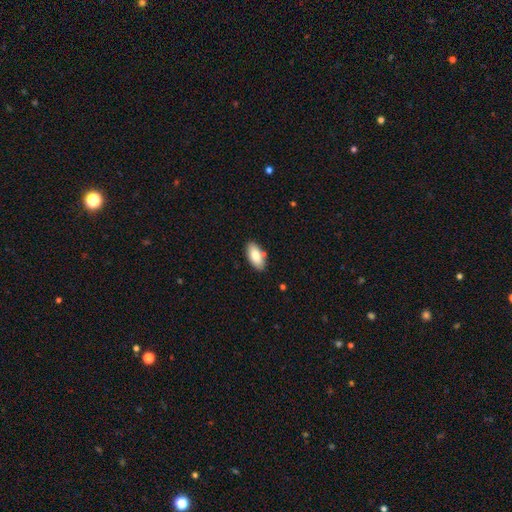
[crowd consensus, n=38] A smooth galaxy with no disk features (89%) that is in between round and cigar-shaped (97%).

Vote fractions:
- Smooth or featured? smooth: 89% / featured or disk: 11% / star or artifact: 0%
- How rounded? in between: 97% / cigar-shaped: 3% / round: 0%
- Merging? none: 82% / minor disturbance: 13% / merger: 5% / major disturbance: 0%